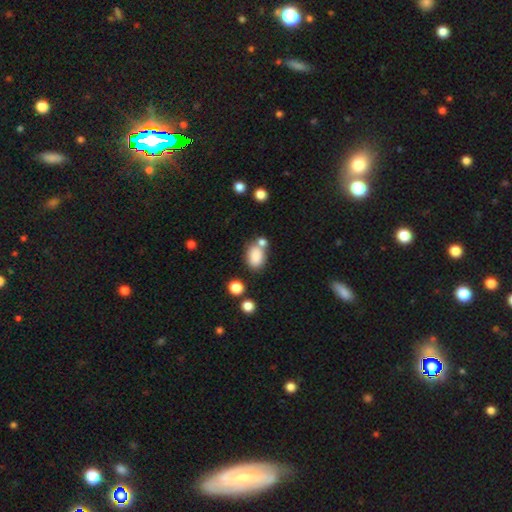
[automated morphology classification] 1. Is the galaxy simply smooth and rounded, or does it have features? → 84% smooth, 9% star or artifact, 6% featured or disk.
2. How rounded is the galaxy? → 79% in between, 20% round, 1% cigar-shaped.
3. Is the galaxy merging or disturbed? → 57% none, 24% merger, 14% minor disturbance, 5% major disturbance.